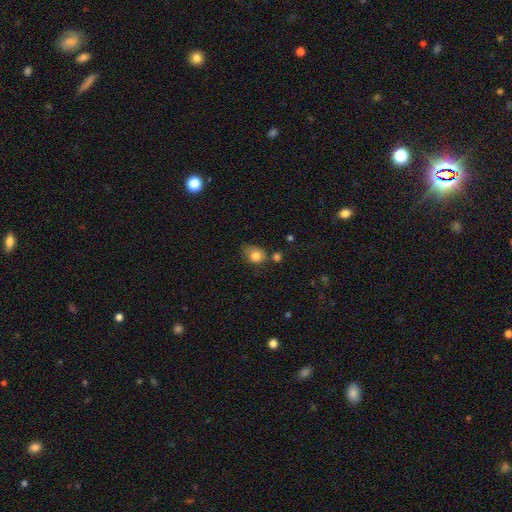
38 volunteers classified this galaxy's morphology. Overall: smooth (87%). How rounded: in between (58%; round 42%). Merging: minor disturbance (39%; none 32%).